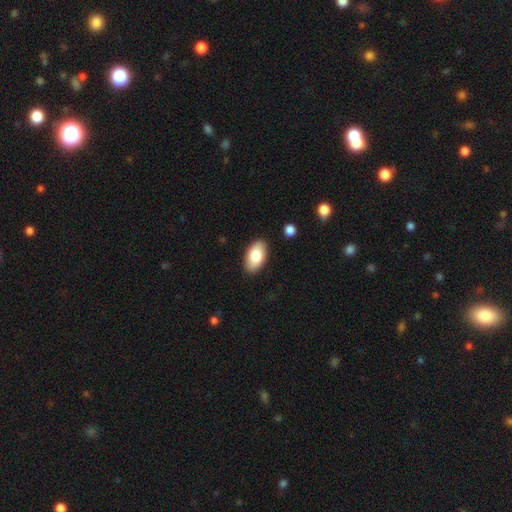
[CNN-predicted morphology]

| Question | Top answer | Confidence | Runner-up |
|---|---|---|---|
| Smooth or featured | smooth | 83% | featured or disk (11%) |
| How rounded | in between | 95% | round (3%) |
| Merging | none | 88% | minor disturbance (8%) |